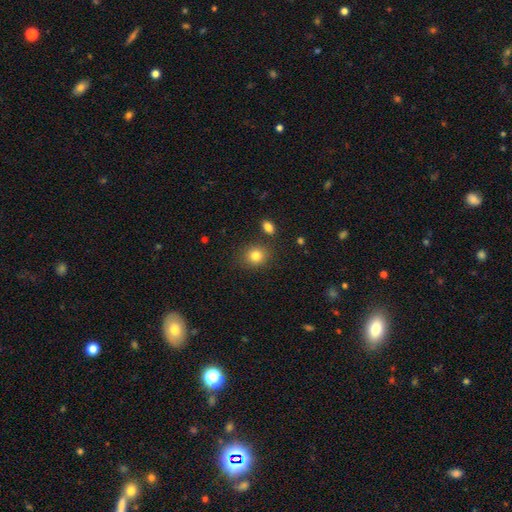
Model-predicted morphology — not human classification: Q: Smooth or featured?
A: smooth (82%); runner-up: star or artifact (11%)
Q: How rounded?
A: round (76%); runner-up: in between (23%)
Q: Merging?
A: none (82%); runner-up: minor disturbance (10%)